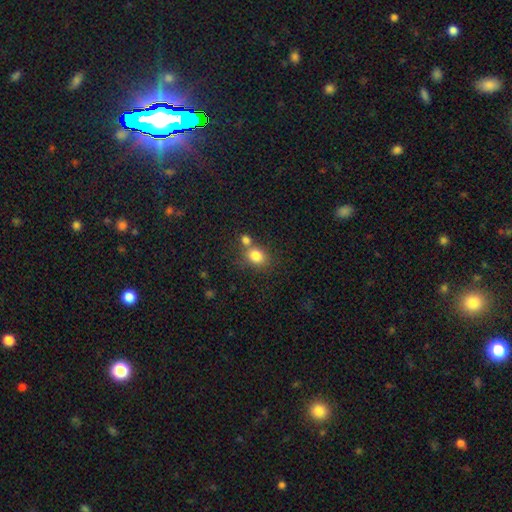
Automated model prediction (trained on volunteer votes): smooth 81%, star or artifact 11%, featured or disk 8%. Down the decision tree: how rounded — round (54%); merging — none (51%).